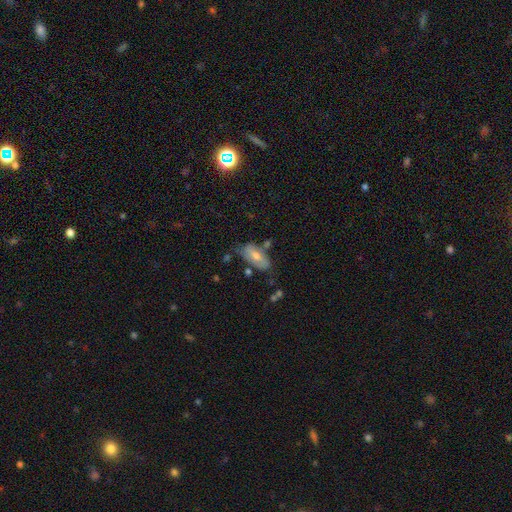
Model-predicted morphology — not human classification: A smooth galaxy with no disk features (52%) that is in between round and cigar-shaped (84%).

Vote fractions:
- Smooth or featured? smooth: 52% / featured or disk: 37% / star or artifact: 10%
- How rounded? in between: 84% / cigar-shaped: 12% / round: 4%
- Merging? none: 68% / minor disturbance: 20% / merger: 7% / major disturbance: 5%